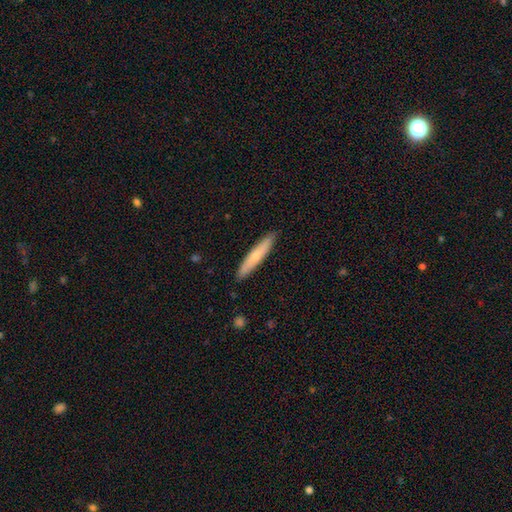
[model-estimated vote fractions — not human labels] Smooth or featured: smooth — 62% (featured or disk — 33%)
How rounded: cigar-shaped — 91% (in between — 8%)
Merging: none — 90% (minor disturbance — 8%)